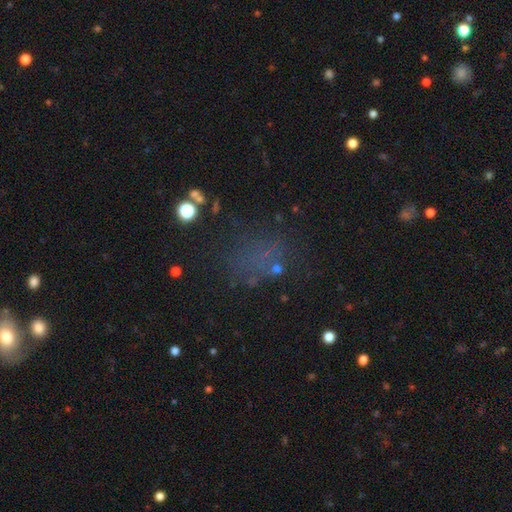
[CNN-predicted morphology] A star or artifact, not a galaxy (45%).